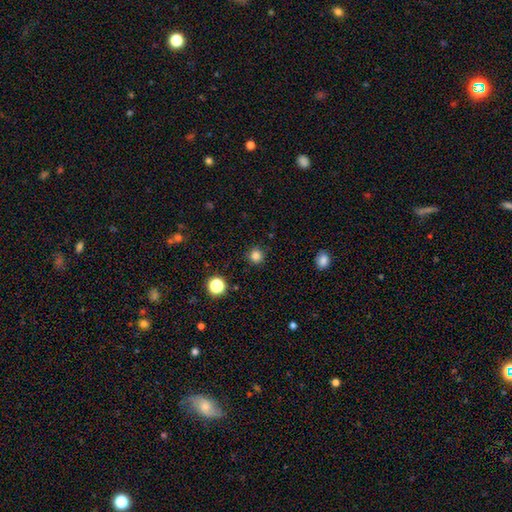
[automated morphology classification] Overall: smooth (82%). How rounded: round (93%). Merging: none (89%).